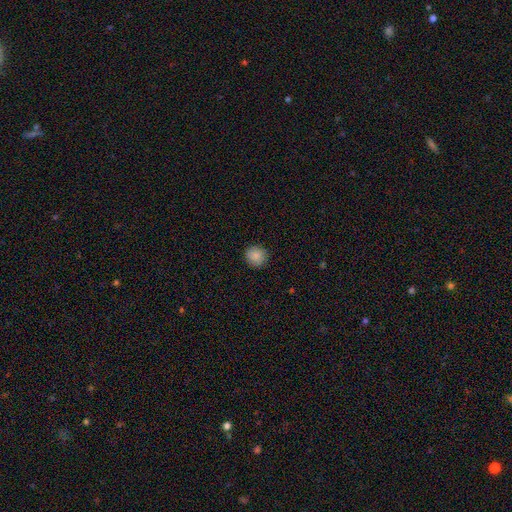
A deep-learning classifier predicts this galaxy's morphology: Q: Smooth or featured?
A: smooth (86%); runner-up: star or artifact (9%)
Q: How rounded?
A: round (92%); runner-up: in between (7%)
Q: Merging?
A: none (90%); runner-up: minor disturbance (7%)